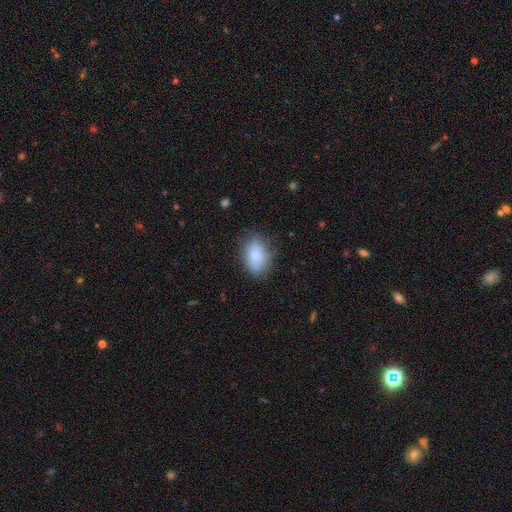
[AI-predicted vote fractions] This appears to be a smooth galaxy with no disk features (86%) that is in between round and cigar-shaped (86%). Merging: none (75%).